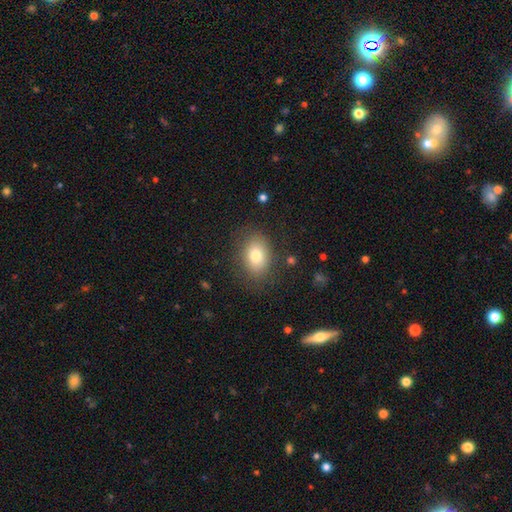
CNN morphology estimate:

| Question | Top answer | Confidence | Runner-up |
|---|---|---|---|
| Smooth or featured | smooth | 78% | featured or disk (12%) |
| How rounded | in between | 72% | round (27%) |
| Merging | none | 82% | minor disturbance (12%) |